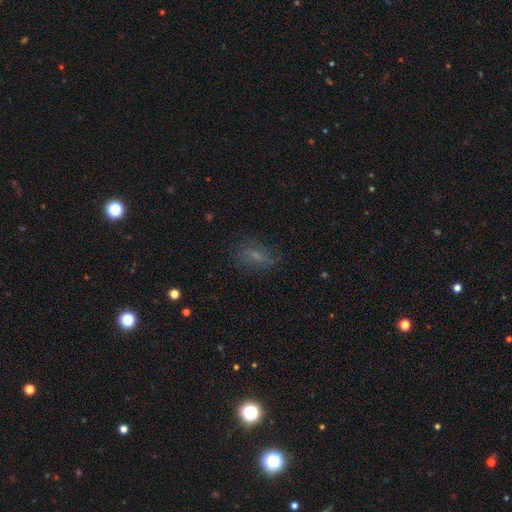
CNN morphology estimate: smooth_or_featured: smooth (p=0.57) [alt: featured or disk p=0.25]
how_rounded: in between (p=0.76) [alt: round p=0.17]
merging: none (p=0.70) [alt: minor disturbance p=0.18]